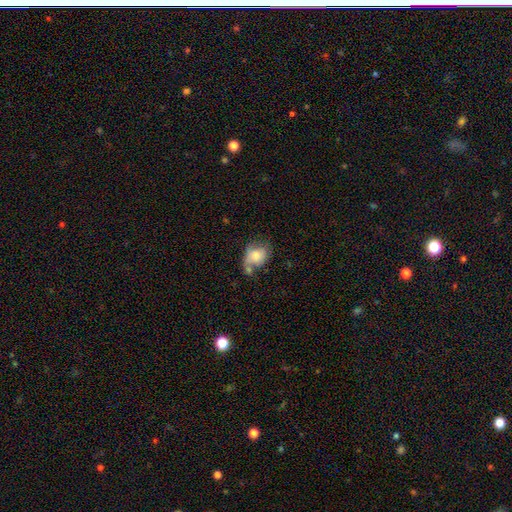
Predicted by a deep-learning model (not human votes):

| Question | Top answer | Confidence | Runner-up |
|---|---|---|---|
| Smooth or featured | smooth | 70% | featured or disk (22%) |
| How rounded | in between | 63% | round (36%) |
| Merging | none | 34% | minor disturbance (28%) |